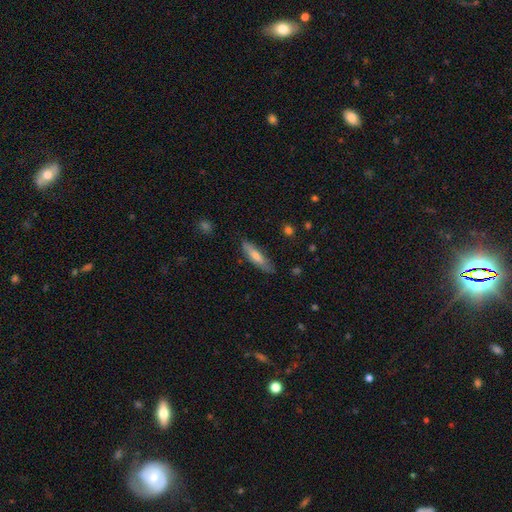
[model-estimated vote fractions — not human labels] This appears to be a smooth galaxy with no disk features (67%) that is cigar-shaped (70%). Merging: none (80%).